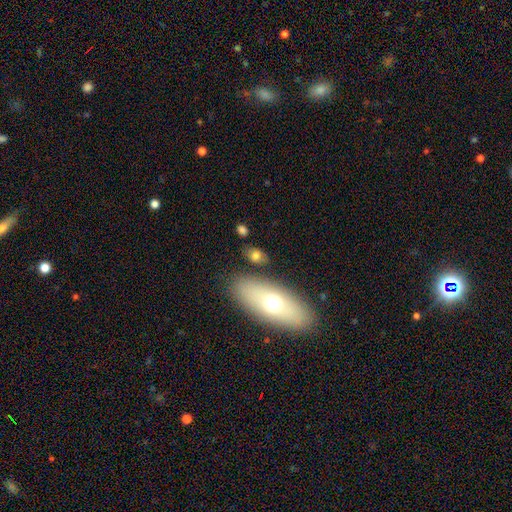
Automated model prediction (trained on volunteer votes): This is likely a smooth galaxy (70%). How rounded: clearly in between (80%). Merging: likely none (75%).